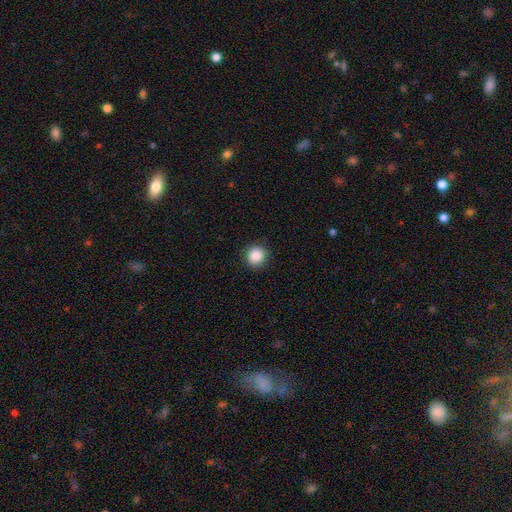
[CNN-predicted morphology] This is clearly a smooth galaxy (88%). How rounded: clearly round (93%). Merging: clearly none (90%).